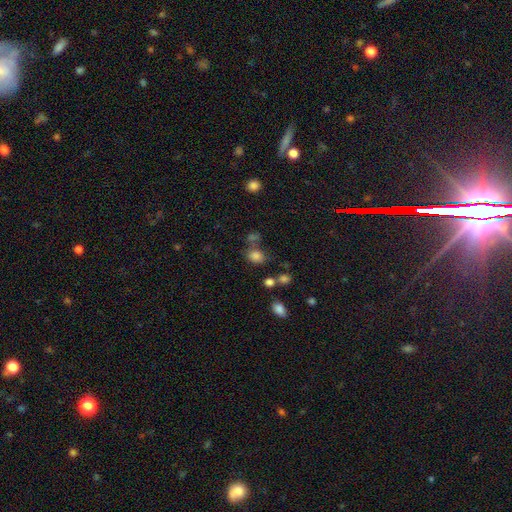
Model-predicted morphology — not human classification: type=smooth (80%); roundness=in between (53%); merging=none (59%).